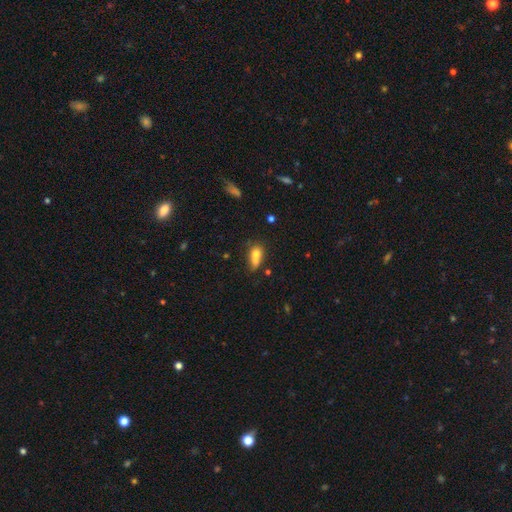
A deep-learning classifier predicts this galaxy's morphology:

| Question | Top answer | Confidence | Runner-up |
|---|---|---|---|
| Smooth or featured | smooth | 70% | featured or disk (18%) |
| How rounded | in between | 65% | round (26%) |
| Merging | merger | 45% | none (29%) |